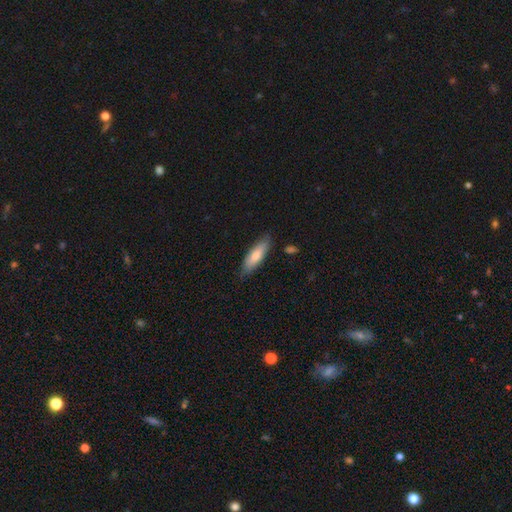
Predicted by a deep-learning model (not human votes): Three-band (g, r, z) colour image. It shows a smooth galaxy with no disk features (74%) that is in between round and cigar-shaped (53%). Merging: none (80%).